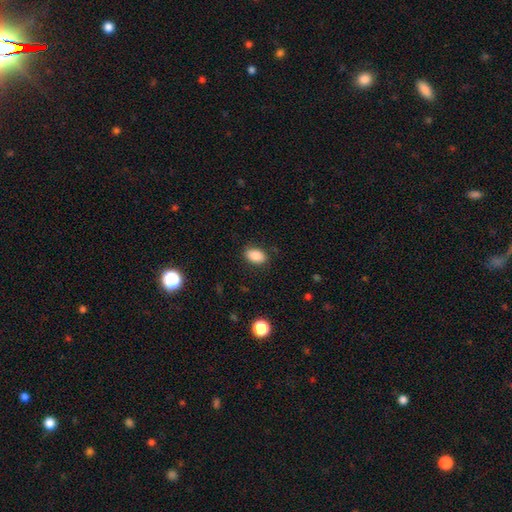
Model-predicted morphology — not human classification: Smooth or featured? Predicted: smooth (p=0.85). How rounded? Predicted: in between (p=0.87). Merging? Predicted: none (p=0.86).